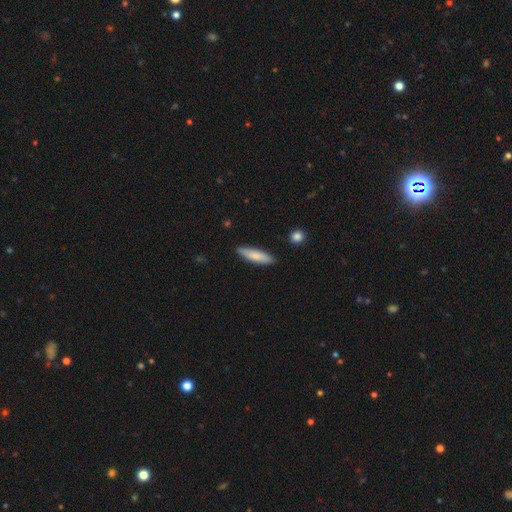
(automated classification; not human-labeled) Smooth or featured? smooth (80%)
How rounded? cigar-shaped (68%)
Merging? none (87%)